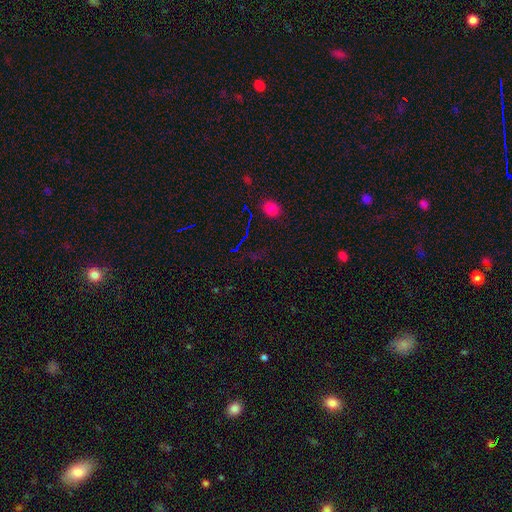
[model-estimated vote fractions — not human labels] A star or artifact, not a galaxy (66%).

Vote fractions:
- Smooth or featured? star or artifact: 66% / smooth: 23% / featured or disk: 11%